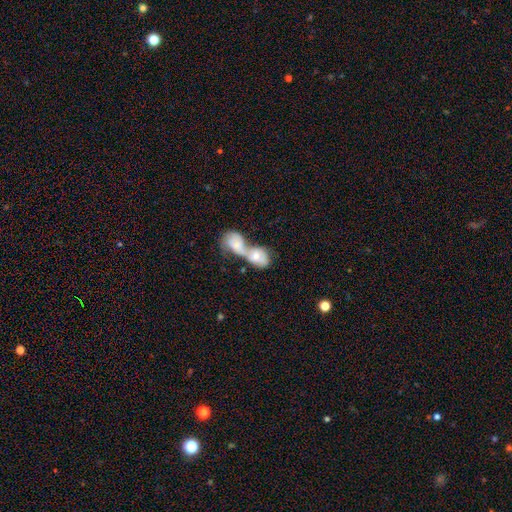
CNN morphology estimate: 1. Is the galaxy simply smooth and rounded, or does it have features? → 57% smooth, 35% featured or disk, 8% star or artifact.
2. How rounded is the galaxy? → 60% in between, 34% round, 5% cigar-shaped.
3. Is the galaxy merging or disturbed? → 82% merger, 10% none, 4% minor disturbance, 4% major disturbance.